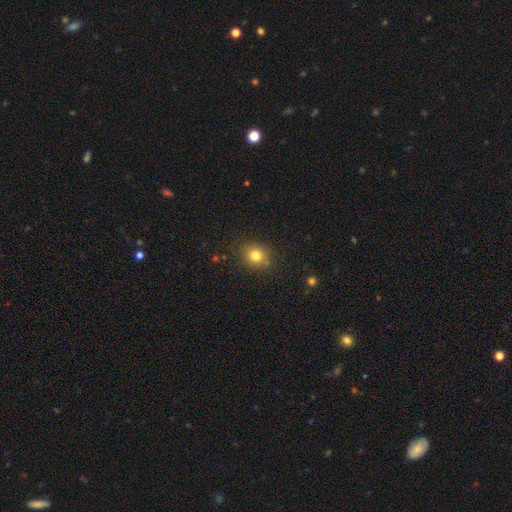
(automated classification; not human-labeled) Morphology: type=smooth (78%); roundness=round (79%); merging=none (84%).